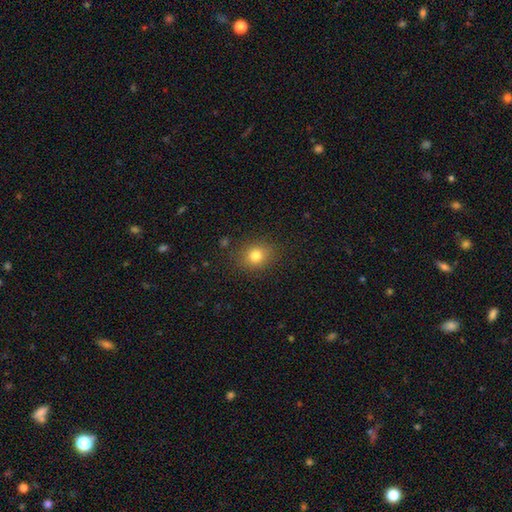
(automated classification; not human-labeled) A smooth galaxy with no disk features (79%) that is round (69%). Merging: none (85%).